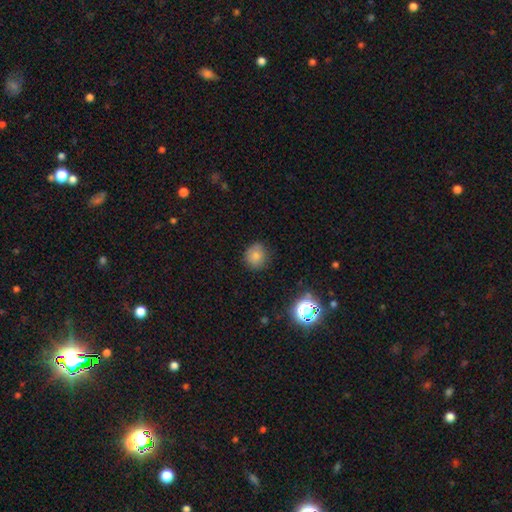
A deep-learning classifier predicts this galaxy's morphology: smooth-or-featured: smooth: 80% | star or artifact: 13% | featured or disk: 7%
  how-rounded: round: 82% | in between: 17% | cigar-shaped: 1%
  merging: none: 82% | minor disturbance: 13% | major disturbance: 3% | merger: 1%